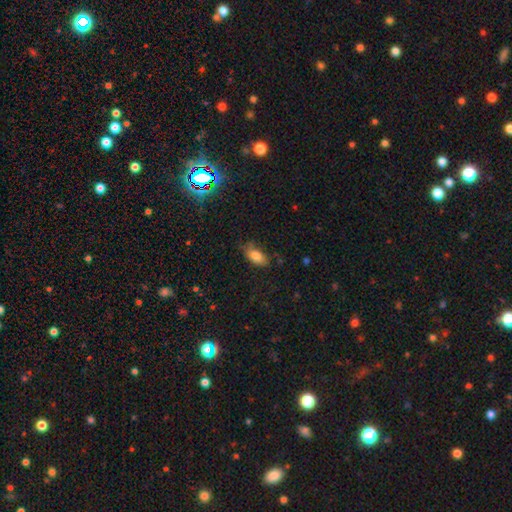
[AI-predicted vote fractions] smooth 80%, featured or disk 11%, star or artifact 9%. Down the decision tree: how rounded — in between (89%); merging — none (64%).